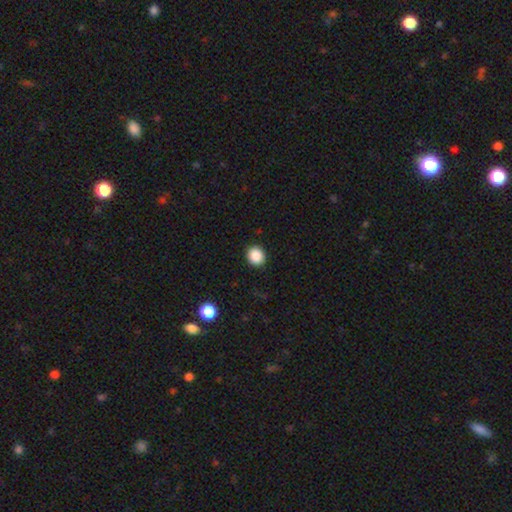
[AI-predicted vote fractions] A smooth galaxy with no disk features (88%) that is round (79%). Merging: none (91%).